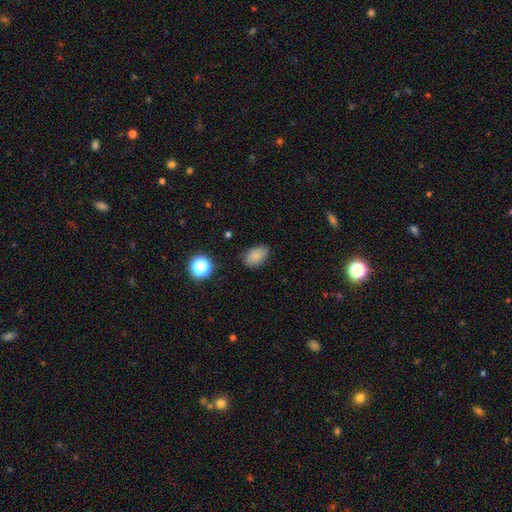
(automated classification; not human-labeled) Smooth or featured? Predicted: smooth (p=0.82). How rounded? Predicted: in between (p=0.87). Merging? Predicted: none (p=0.81).